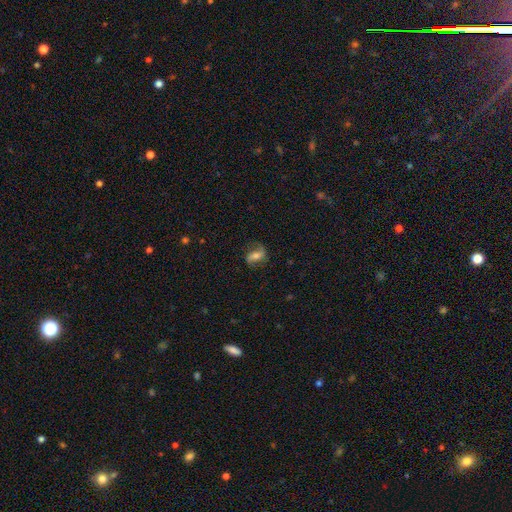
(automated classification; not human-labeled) A featured or disk galaxy (51%).

Vote fractions:
- Smooth or featured? featured or disk: 51% / smooth: 40% / star or artifact: 9%
- Edge-on disk? no: 94% / yes: 6%
- Merging? none: 69% / minor disturbance: 19% / major disturbance: 10% / merger: 1%